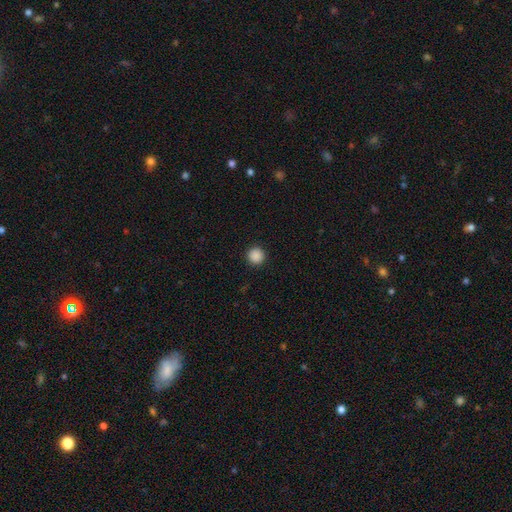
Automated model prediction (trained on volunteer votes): A smooth galaxy with no disk features (89%) that is round (96%). Merging: none (93%).